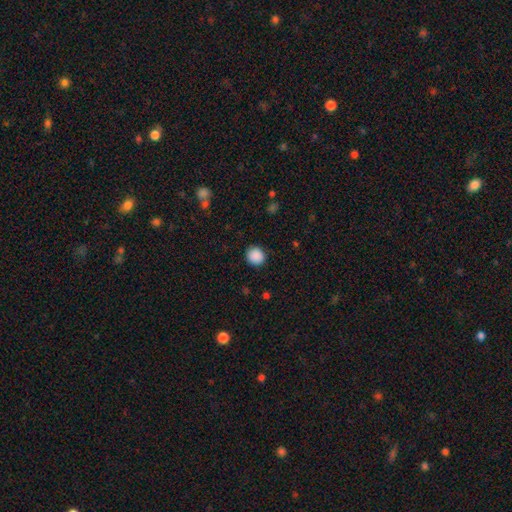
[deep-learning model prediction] Morphology: type=smooth (89%); roundness=round (90%); merging=none (90%).